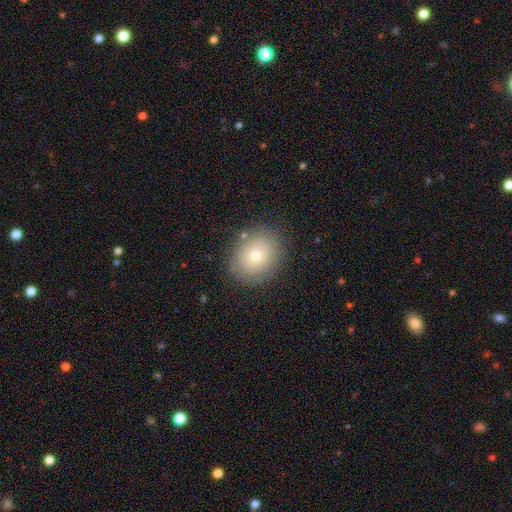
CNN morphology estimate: smooth-or-featured: smooth: 73% | featured or disk: 16% | star or artifact: 11%
  how-rounded: round: 66% | in between: 33% | cigar-shaped: 1%
  merging: none: 84% | minor disturbance: 11% | major disturbance: 3% | merger: 2%